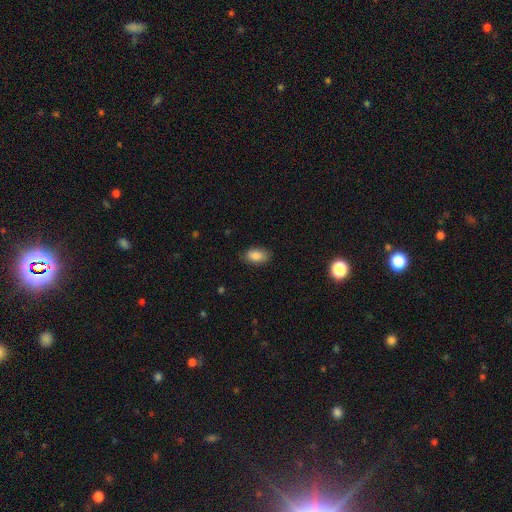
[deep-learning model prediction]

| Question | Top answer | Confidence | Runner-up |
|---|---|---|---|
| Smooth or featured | smooth | 84% | featured or disk (8%) |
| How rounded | in between | 91% | round (7%) |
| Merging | none | 84% | minor disturbance (13%) |